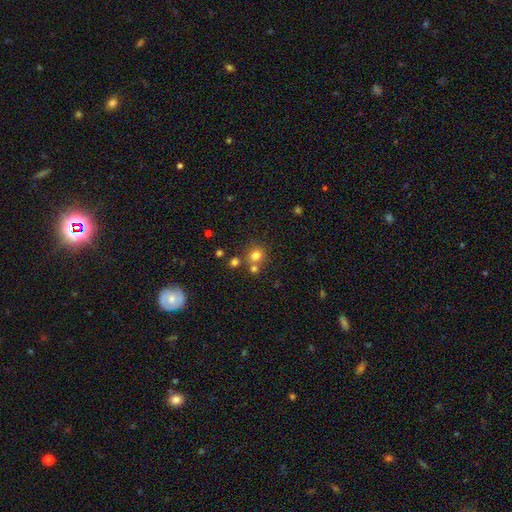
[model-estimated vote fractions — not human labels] A smooth galaxy with no disk features (76%) that is round (83%). Merging: none (62%).